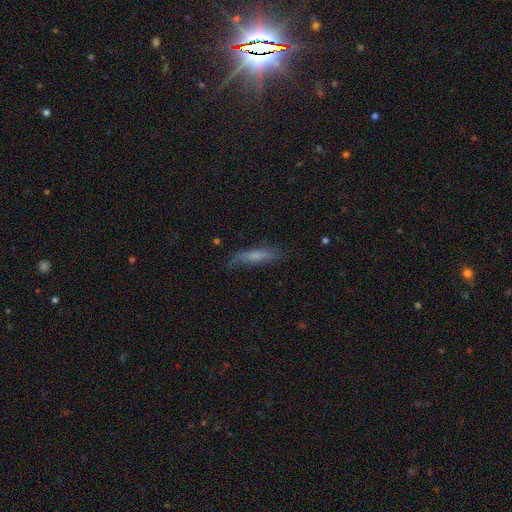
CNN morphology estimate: This appears to be a smooth galaxy with no disk features (63%) that is cigar-shaped (80%). Merging: none (67%).